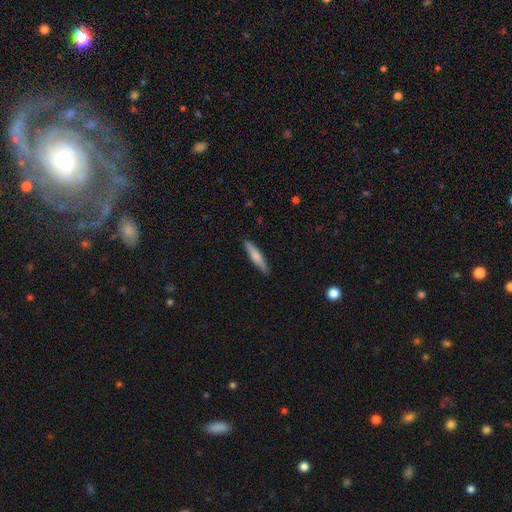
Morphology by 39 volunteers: A smooth galaxy with no disk features (59%) that is cigar-shaped (96%). Merging: none (94%).